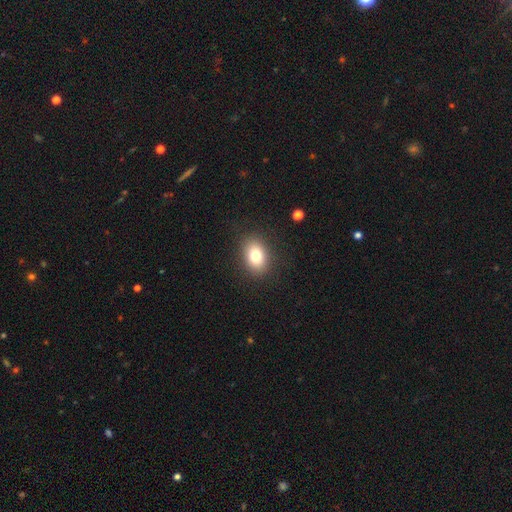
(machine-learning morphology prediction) Overall: smooth (78%). How rounded: in between (73%). Merging: none (87%).